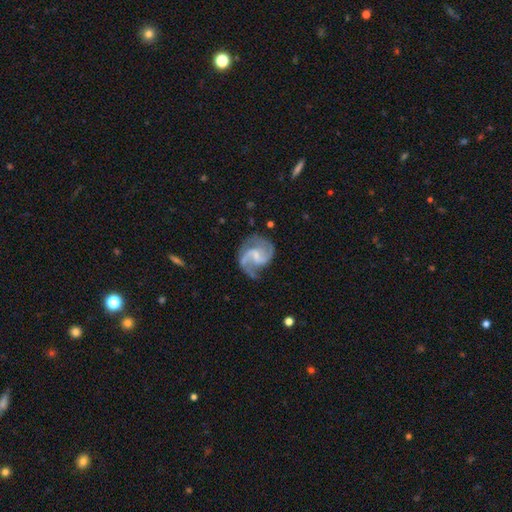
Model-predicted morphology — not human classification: smooth-or-featured: featured or disk: 90% | smooth: 6% | star or artifact: 4%
  disk-edge-on: no: 98% | yes: 2%
    bar: weak: 55% | no: 30% | strong: 15%
    has-spiral-arms: yes: 97% | no: 3%
      spiral-winding: medium: 56% | loose: 29% | tight: 15%
      spiral-arm-count: 2: 85% | 3: 6% | can't tell: 4% | 1: 3% | 4: 2% | more than 4: 1%
    bulge-size: small: 51% | none: 23% | moderate: 23% | large: 2% | dominant: 1%
  merging: none: 66% | minor disturbance: 21% | major disturbance: 12% | merger: 2%